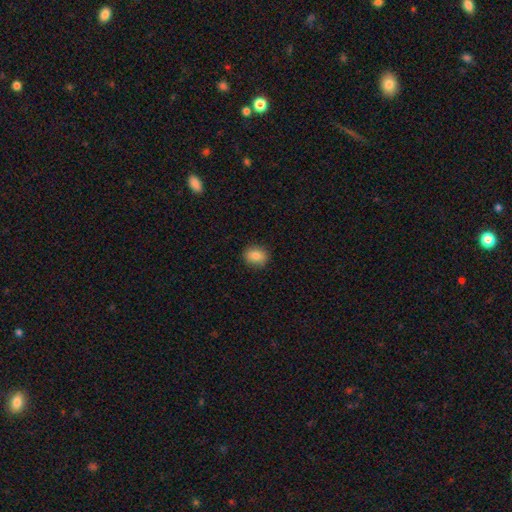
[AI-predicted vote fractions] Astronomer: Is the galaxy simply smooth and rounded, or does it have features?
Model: smooth — 84%.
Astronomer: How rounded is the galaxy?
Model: round — 56% (runner-up: in between, 42%).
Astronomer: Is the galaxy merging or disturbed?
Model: none — 88%.